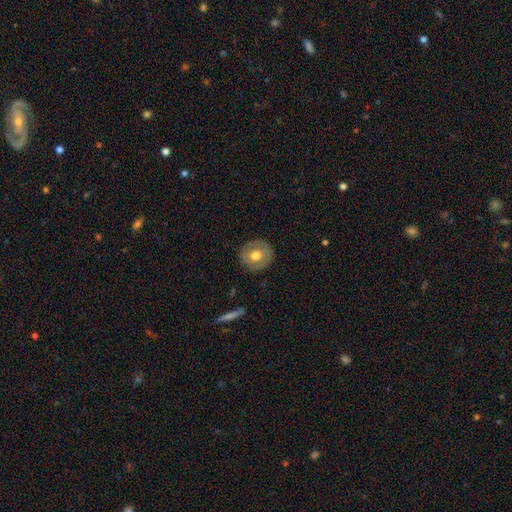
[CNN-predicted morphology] This is possibly a smooth galaxy (60%). How rounded: clearly round (91%). Merging: clearly none (87%).